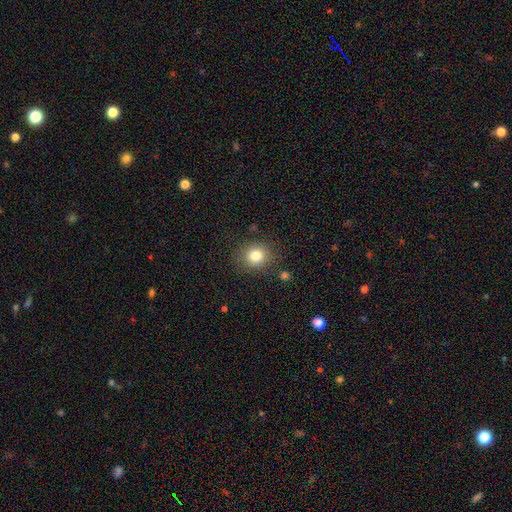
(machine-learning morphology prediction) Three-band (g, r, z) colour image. It shows a smooth galaxy with no disk features (82%) that is round (79%). Merging: none (83%).